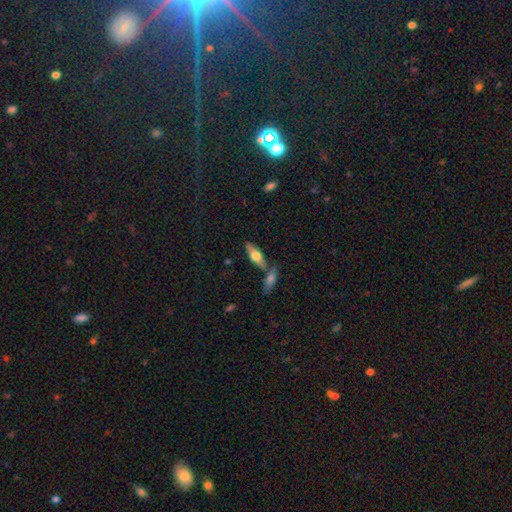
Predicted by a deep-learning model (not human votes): Smooth or featured? smooth (54%)
How rounded? in between (60%)
Merging? none (64%)